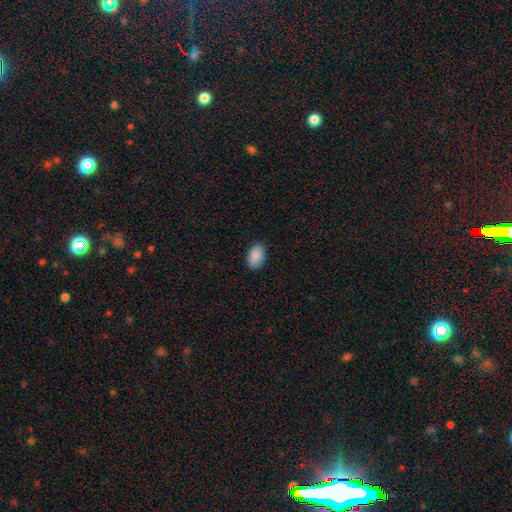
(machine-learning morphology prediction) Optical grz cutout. It shows a smooth galaxy with no disk features (90%) that is in between round and cigar-shaped (91%). Merging: none (87%).